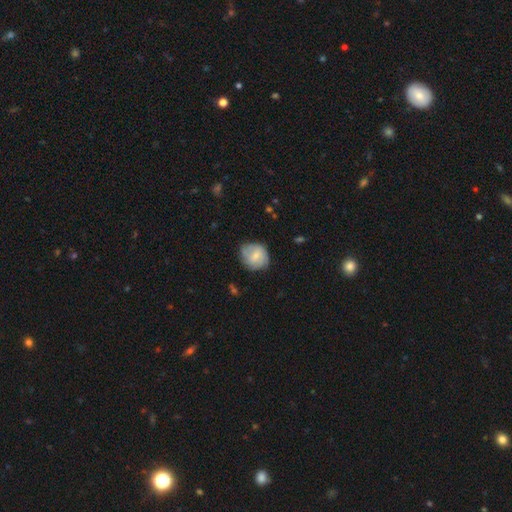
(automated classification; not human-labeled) Morphology: type=smooth (60%); roundness=round (79%); merging=none (67%).